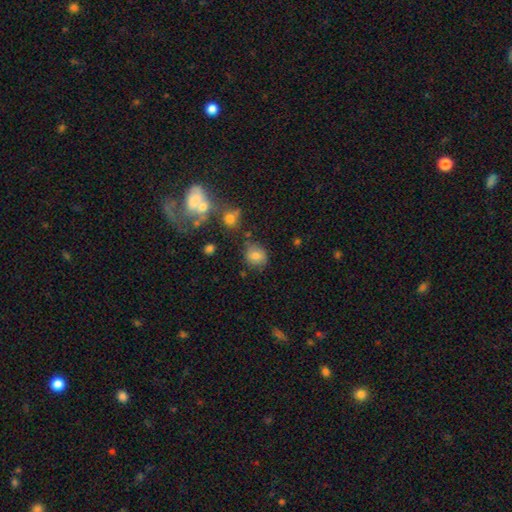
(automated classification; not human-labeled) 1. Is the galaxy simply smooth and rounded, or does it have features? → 78% smooth, 12% star or artifact, 10% featured or disk.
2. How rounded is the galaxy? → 64% round, 35% in between, 1% cigar-shaped.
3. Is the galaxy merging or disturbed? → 73% none, 16% minor disturbance, 6% merger, 5% major disturbance.